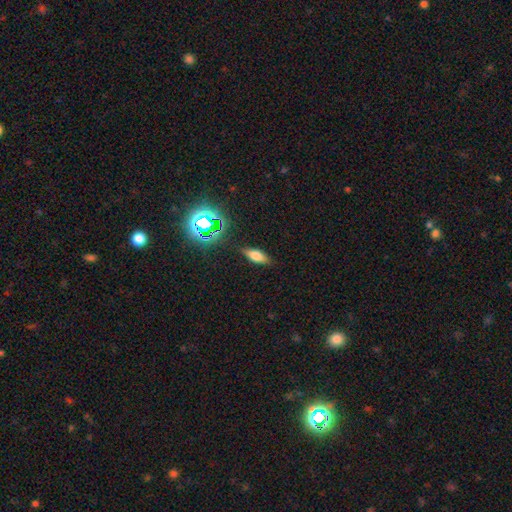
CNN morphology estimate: Q: Smooth or featured?
A: smooth (61%); runner-up: featured or disk (23%)
Q: How rounded?
A: in between (67%); runner-up: cigar-shaped (29%)
Q: Merging?
A: none (84%); runner-up: minor disturbance (11%)